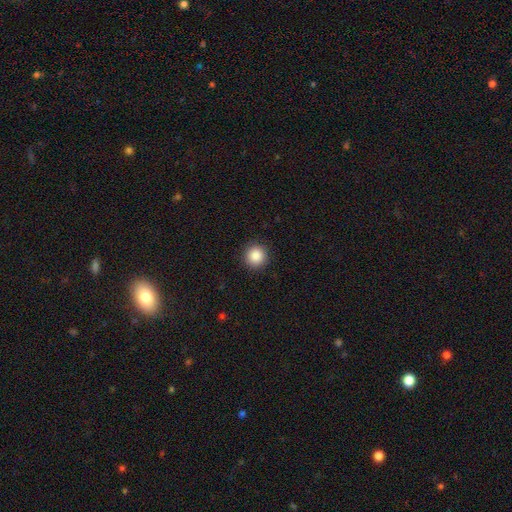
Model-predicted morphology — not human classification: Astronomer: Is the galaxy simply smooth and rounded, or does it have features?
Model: smooth — 87%.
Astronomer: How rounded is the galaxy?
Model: round — 94%.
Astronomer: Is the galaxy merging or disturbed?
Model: none — 92%.